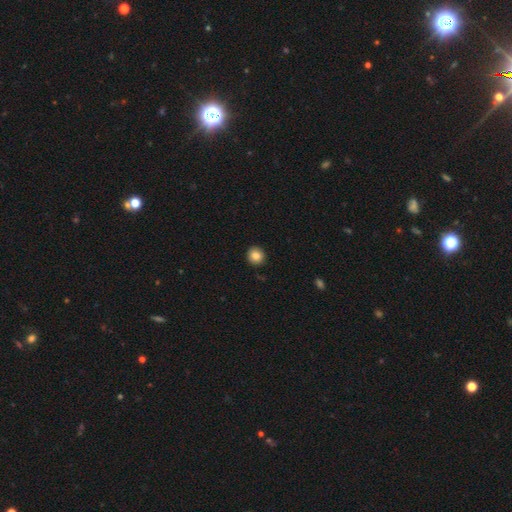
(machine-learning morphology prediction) smooth-or-featured: smooth: 84% | star or artifact: 10% | featured or disk: 6%
  how-rounded: round: 92% | in between: 7% | cigar-shaped: 1%
  merging: none: 92% | minor disturbance: 5% | major disturbance: 1% | merger: 1%